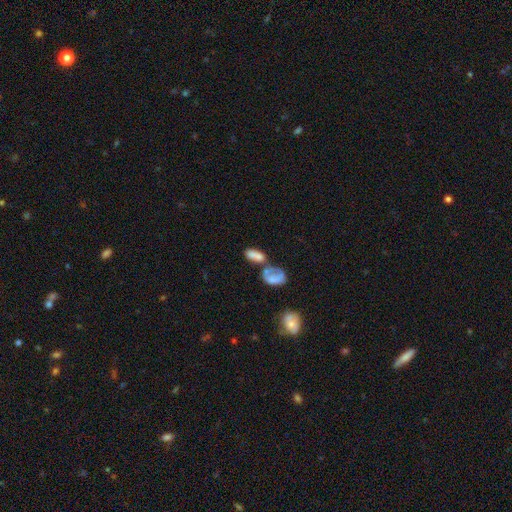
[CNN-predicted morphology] Overall: smooth (65%). How rounded: in between (88%). Merging: merger (60%).